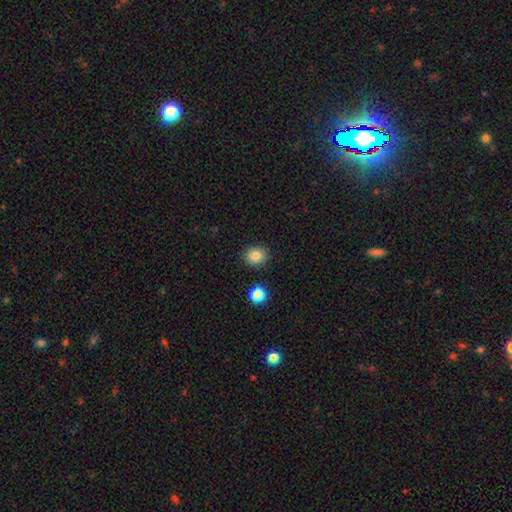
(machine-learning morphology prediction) smooth 83%, star or artifact 10%, featured or disk 7%. Down the decision tree: how rounded — round (70%); merging — none (89%).